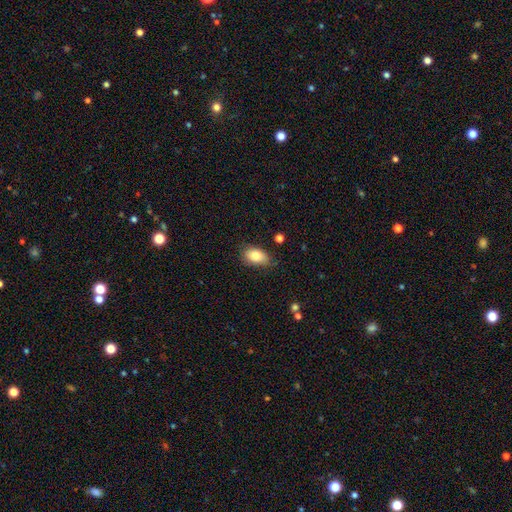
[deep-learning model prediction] Overall: smooth (83%). How rounded: in between (89%). Merging: none (74%).